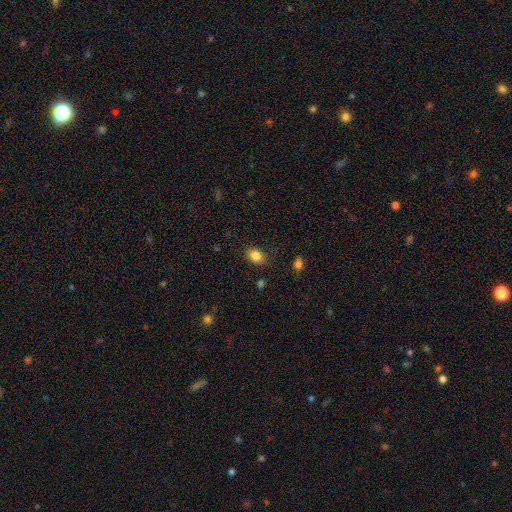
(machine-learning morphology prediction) smooth 85%, star or artifact 9%, featured or disk 5%. Down the decision tree: how rounded — in between (71%); merging — none (84%).